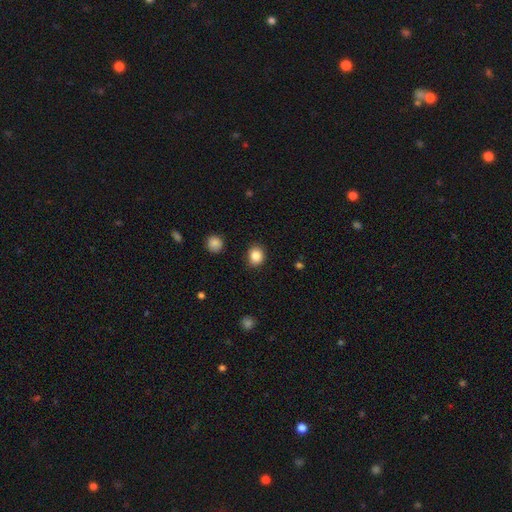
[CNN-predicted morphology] A smooth galaxy with no disk features (87%) that is round (72%). Merging: none (87%).